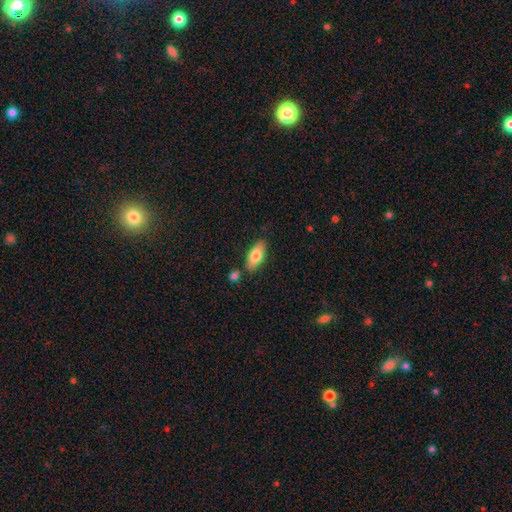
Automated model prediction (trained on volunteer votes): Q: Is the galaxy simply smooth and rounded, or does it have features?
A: smooth — 75%.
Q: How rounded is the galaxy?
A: in between — 79%.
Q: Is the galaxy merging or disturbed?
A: none — 80%.